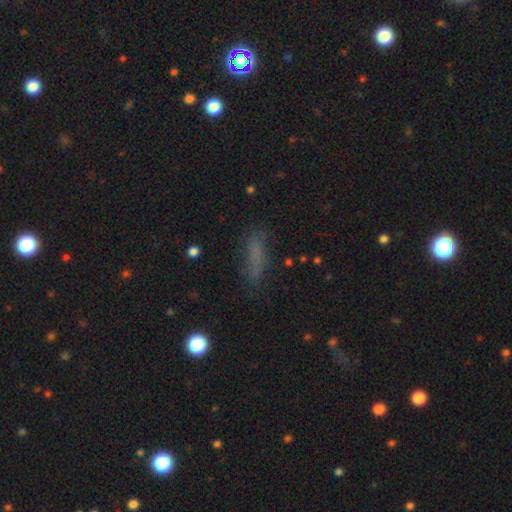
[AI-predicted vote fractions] This appears to be a smooth galaxy with no disk features (65%) that is cigar-shaped (61%). Merging: none (68%).